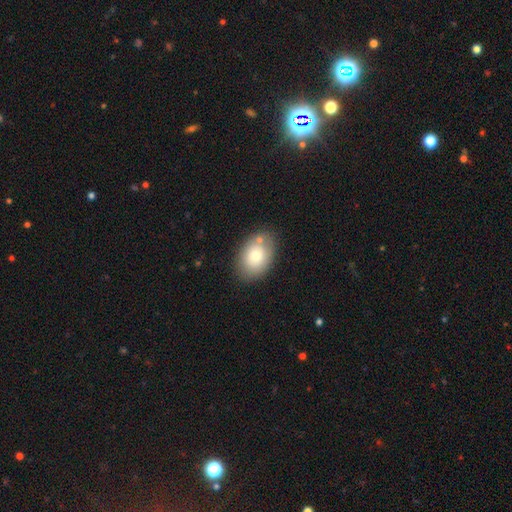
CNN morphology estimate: A smooth galaxy with no disk features (74%) that is in between round and cigar-shaped (82%).

Vote fractions:
- Smooth or featured? smooth: 74% / featured or disk: 19% / star or artifact: 8%
- How rounded? in between: 82% / round: 17% / cigar-shaped: 1%
- Merging? none: 73% / minor disturbance: 15% / merger: 8% / major disturbance: 4%